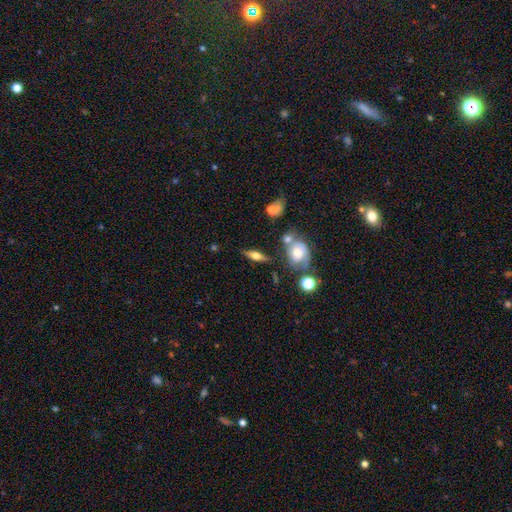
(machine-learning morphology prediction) Overall: featured or disk (55%; smooth 36%). Edge-on disk: yes (88%). Merging: none (72%).